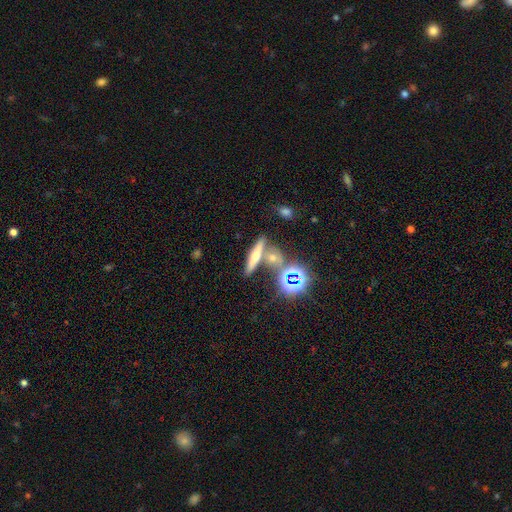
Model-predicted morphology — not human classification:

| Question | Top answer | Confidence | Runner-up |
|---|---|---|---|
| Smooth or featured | smooth | 41% | featured or disk (39%) |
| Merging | none | 65% | merger (22%) |